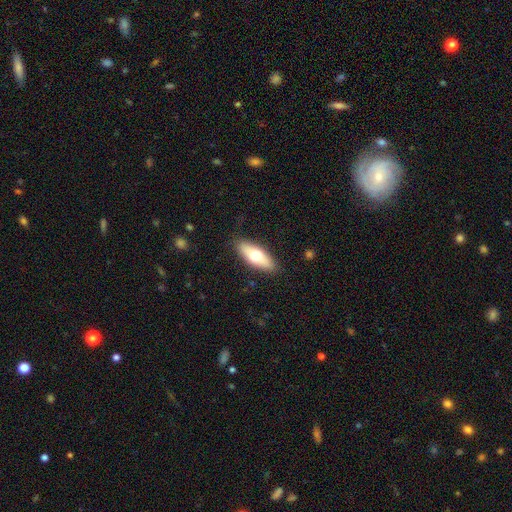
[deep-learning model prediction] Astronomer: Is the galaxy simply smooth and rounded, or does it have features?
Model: smooth — 63%.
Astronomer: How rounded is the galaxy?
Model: in between — 67%.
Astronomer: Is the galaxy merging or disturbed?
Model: none — 87%.